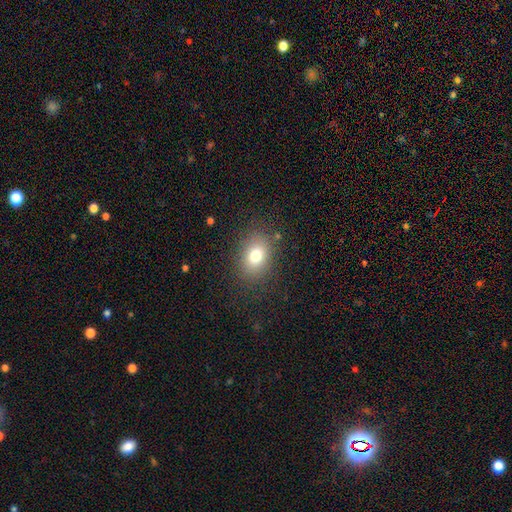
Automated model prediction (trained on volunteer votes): Smooth or featured? Predicted: smooth (p=0.76). How rounded? Predicted: in between (p=0.64). Merging? Predicted: none (p=0.84).